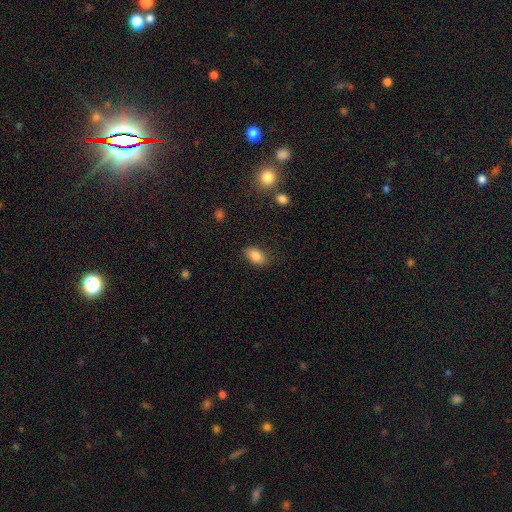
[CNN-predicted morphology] smooth 85%, star or artifact 8%, featured or disk 7%. Down the decision tree: how rounded — in between (90%); merging — none (82%).